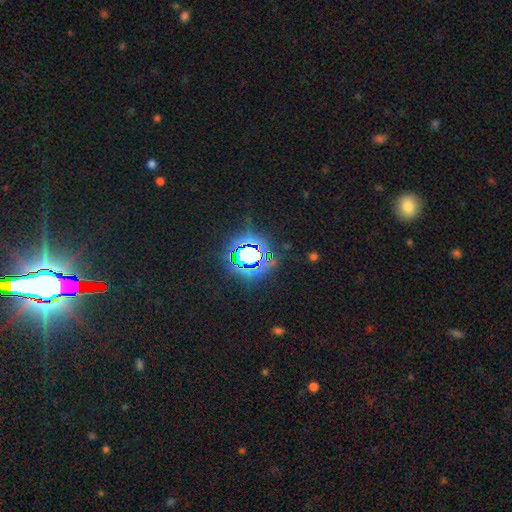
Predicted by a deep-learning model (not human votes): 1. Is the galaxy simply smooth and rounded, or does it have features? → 80% star or artifact, 13% smooth, 7% featured or disk.